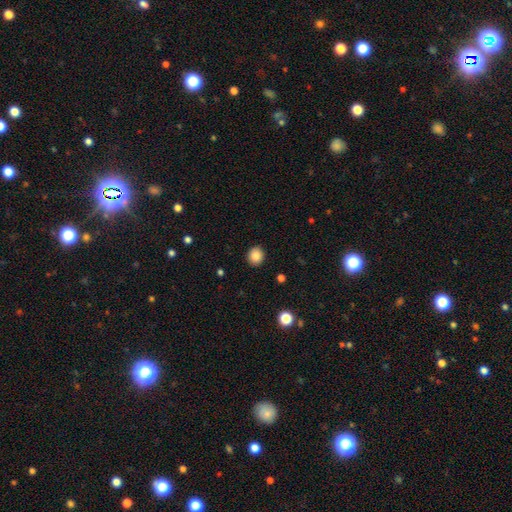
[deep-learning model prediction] This appears to be a smooth galaxy with no disk features (86%) that is round (78%). Merging: none (91%).